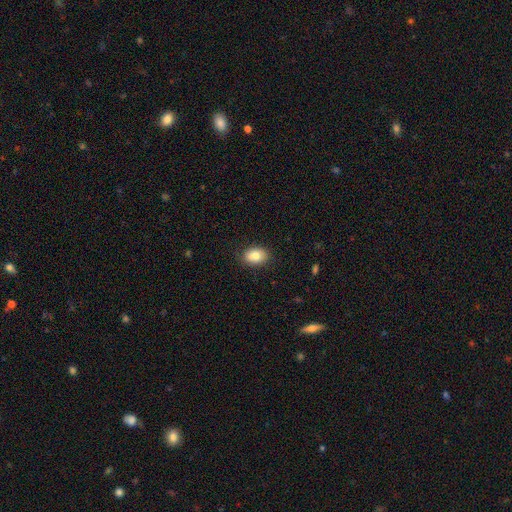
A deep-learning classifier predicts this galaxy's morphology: This is clearly a smooth galaxy (82%). How rounded: likely in between (78%). Merging: clearly none (84%).